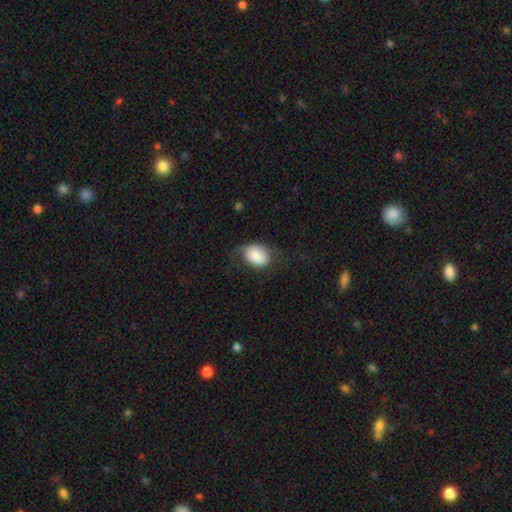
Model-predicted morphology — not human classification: type=smooth (74%); roundness=in between (62%); merging=none (57%).